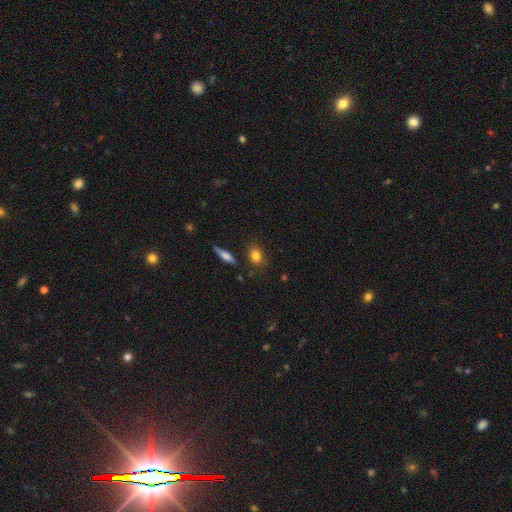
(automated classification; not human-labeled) Q: Smooth or featured?
A: smooth (82%); runner-up: star or artifact (9%)
Q: How rounded?
A: in between (51%); runner-up: round (45%)
Q: Merging?
A: none (79%); runner-up: minor disturbance (14%)